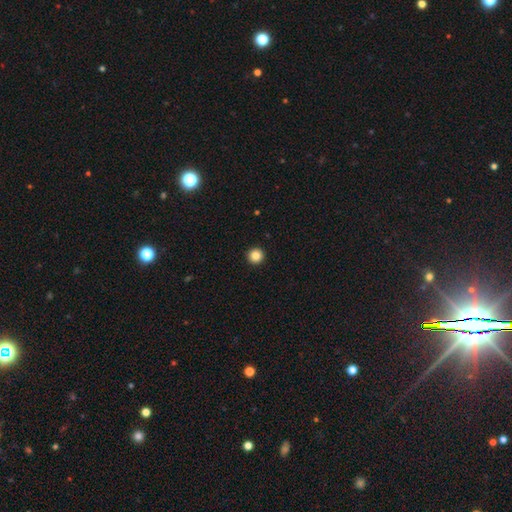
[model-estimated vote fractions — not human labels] This is clearly a smooth galaxy (85%). How rounded: clearly round (96%). Merging: clearly none (94%).